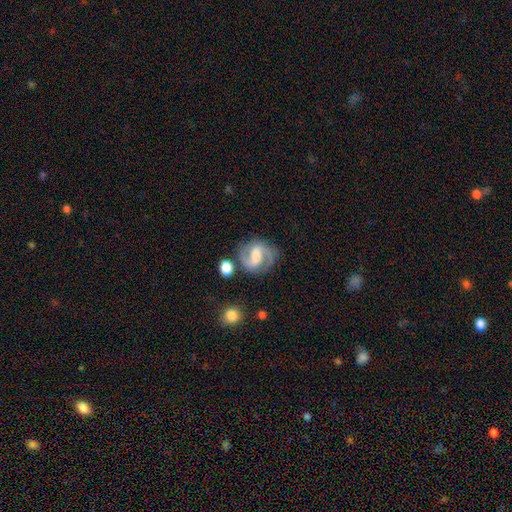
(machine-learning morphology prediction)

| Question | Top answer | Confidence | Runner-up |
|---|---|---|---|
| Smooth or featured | featured or disk | 84% | smooth (11%) |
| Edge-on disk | no | 98% | yes (2%) |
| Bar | weak | 45% | strong (40%) |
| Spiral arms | yes | 96% | no (4%) |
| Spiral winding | medium | 58% | tight (24%) |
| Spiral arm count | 2 | 91% | can't tell (3%) |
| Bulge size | moderate | 45% | small (24%) |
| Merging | none | 77% | minor disturbance (13%) |